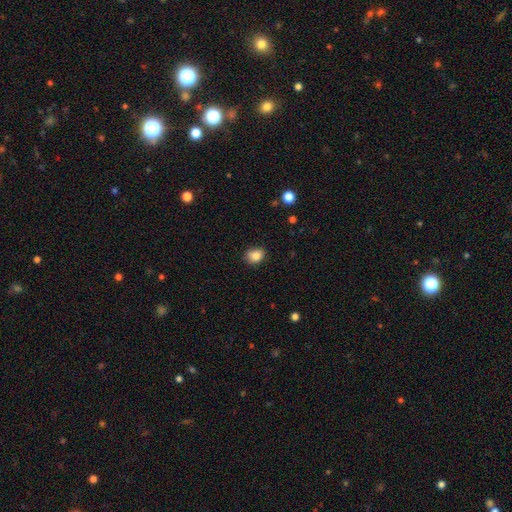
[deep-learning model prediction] Smooth or featured? Predicted: smooth (p=0.84). How rounded? Predicted: in between (p=0.51). Merging? Predicted: none (p=0.79).